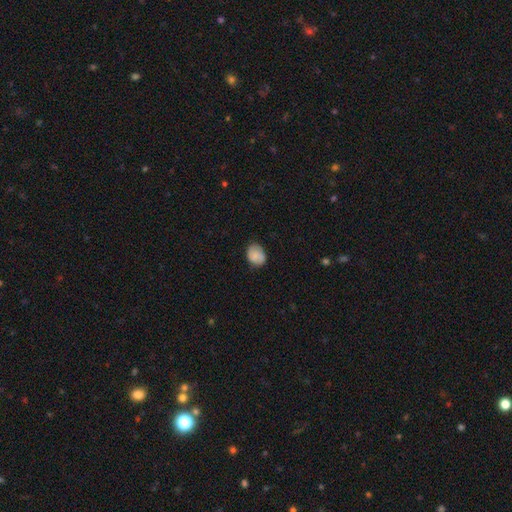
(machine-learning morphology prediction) Overall: smooth (80%). How rounded: in between (60%; round 39%). Merging: none (71%).